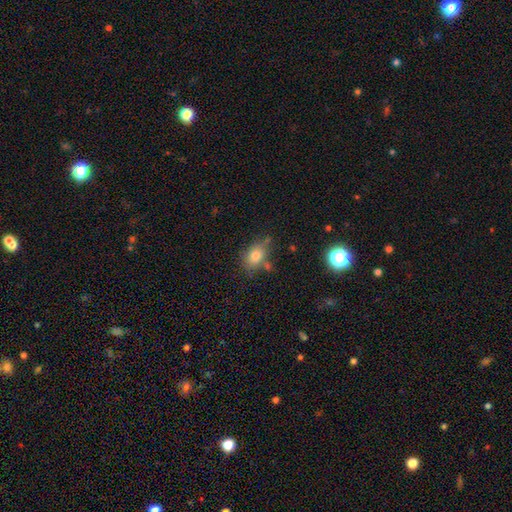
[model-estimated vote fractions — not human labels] smooth 76%, featured or disk 13%, star or artifact 11%. Down the decision tree: how rounded — in between (74%); merging — none (60%).